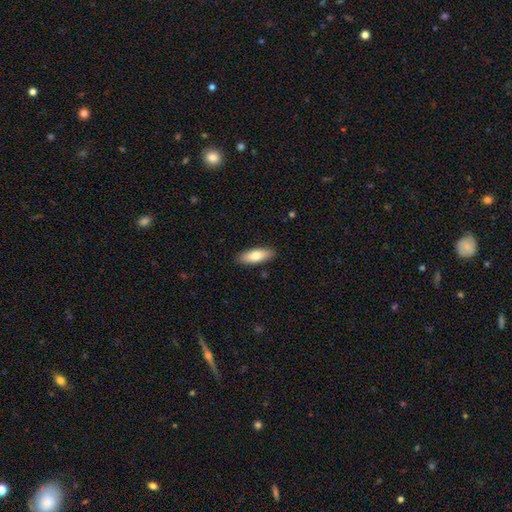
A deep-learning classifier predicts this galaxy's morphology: Smooth or featured? smooth (77%)
How rounded? in between (66%)
Merging? none (89%)